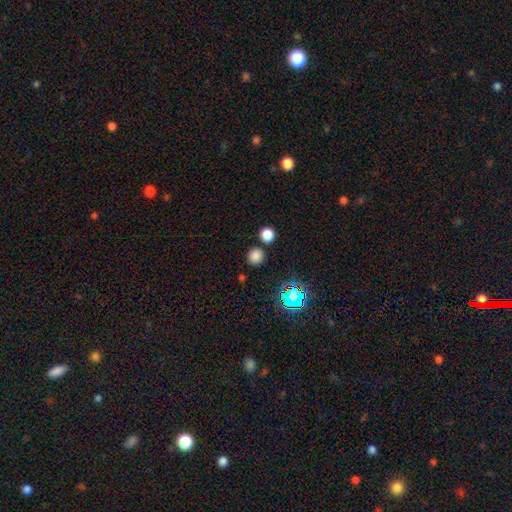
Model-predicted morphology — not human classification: smooth_or_featured: smooth (p=0.78) [alt: star or artifact p=0.18]
how_rounded: round (p=0.88) [alt: in between p=0.11]
merging: none (p=0.82) [alt: merger p=0.09]